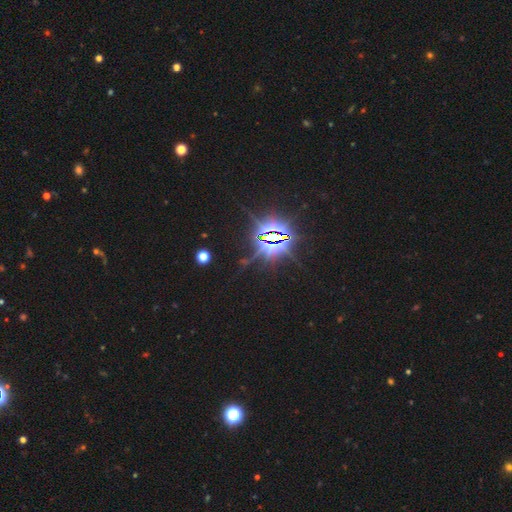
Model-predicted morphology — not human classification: smooth_or_featured: star or artifact (p=0.86) [alt: smooth p=0.08]